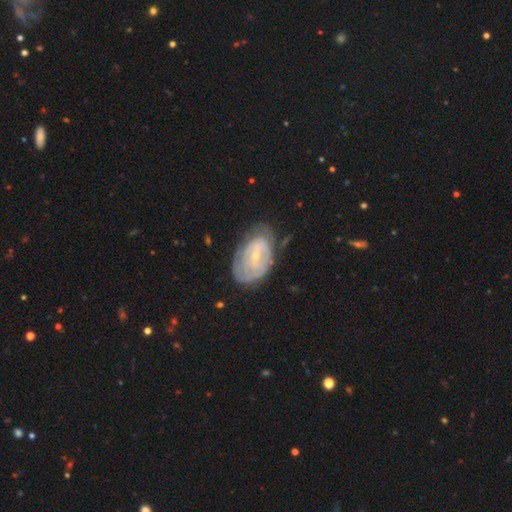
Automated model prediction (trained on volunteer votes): A featured or disk galaxy (68%) with no bar (53%), spiral arms (73%) and a small central bulge (75%).

Vote fractions:
- Smooth or featured? featured or disk: 68% / smooth: 25% / star or artifact: 7%
- Edge-on disk? no: 95% / yes: 5%
- Bar? no: 53% / weak: 38% / strong: 9%
- Spiral arms? yes: 73% / no: 27%
- Bulge size? small: 75% / moderate: 21% / none: 2% / large: 1% / dominant: 1%
- Merging? none: 59% / minor disturbance: 28% / major disturbance: 11% / merger: 2%